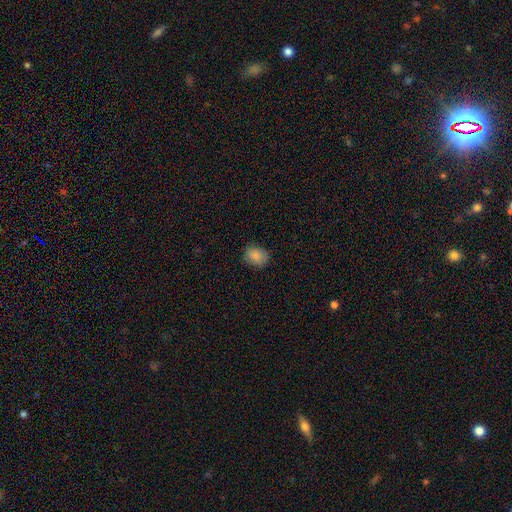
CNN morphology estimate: The model was most divided on "how rounded": in between: 55%, round: 44%, cigar-shaped: 1%. More confident: smooth or featured — smooth (86%); merging — none (80%).